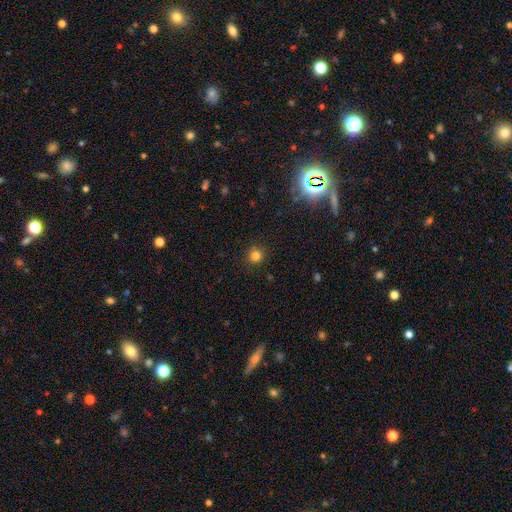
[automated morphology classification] smooth_or_featured: smooth (p=0.81) [alt: star or artifact p=0.15]
how_rounded: round (p=0.92) [alt: in between p=0.07]
merging: none (p=0.88) [alt: minor disturbance p=0.08]